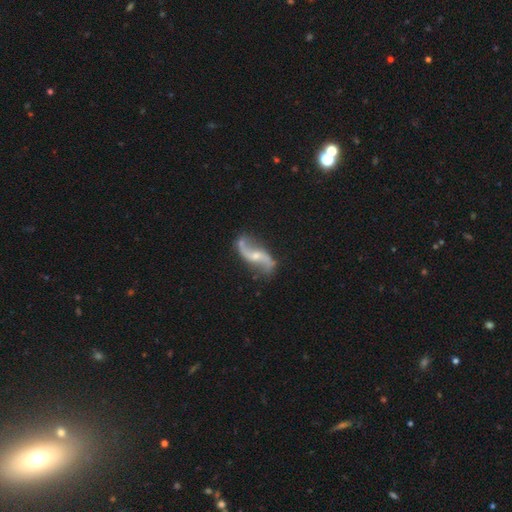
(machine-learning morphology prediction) Overall: featured or disk (89%). Edge-on disk: no (95%). Bar: no (47%; weak 36%). Spiral arms: yes (96%). Spiral arm count: 2 (94%). Spiral winding: loose (88%). Bulge size: small (56%; moderate 35%). Merging: none (76%).